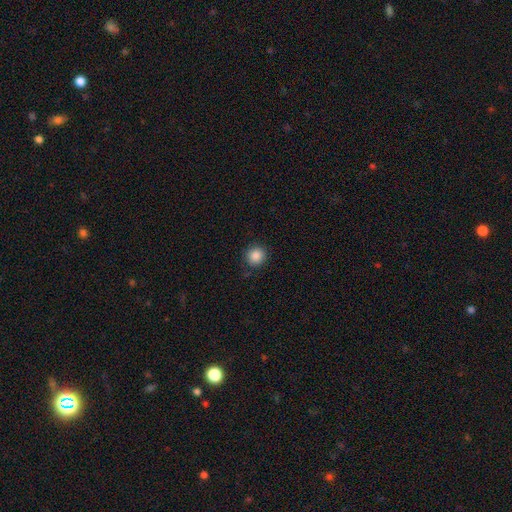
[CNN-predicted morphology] smooth 87%, star or artifact 9%, featured or disk 3%. Down the decision tree: how rounded — round (90%); merging — none (86%).